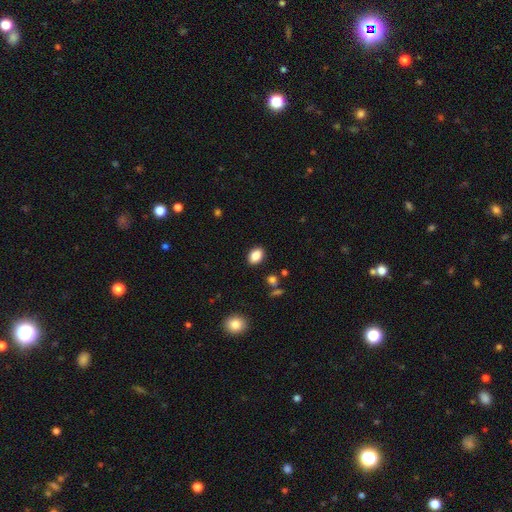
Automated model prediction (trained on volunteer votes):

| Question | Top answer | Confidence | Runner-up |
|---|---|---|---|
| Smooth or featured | smooth | 87% | star or artifact (8%) |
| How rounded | in between | 81% | round (18%) |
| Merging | none | 88% | minor disturbance (8%) |